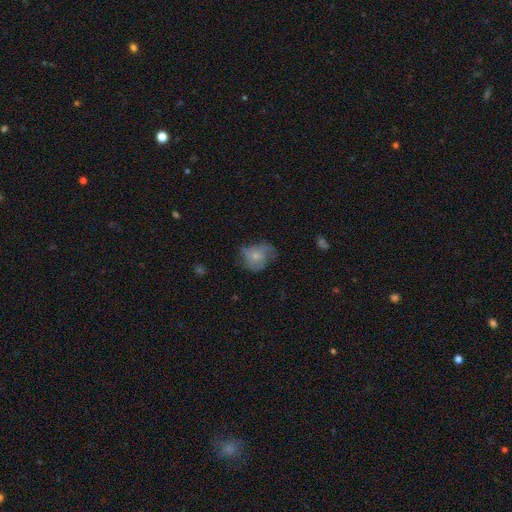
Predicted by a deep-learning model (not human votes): Smooth or featured? Predicted: smooth (p=0.47). Merging? Predicted: none (p=0.46).